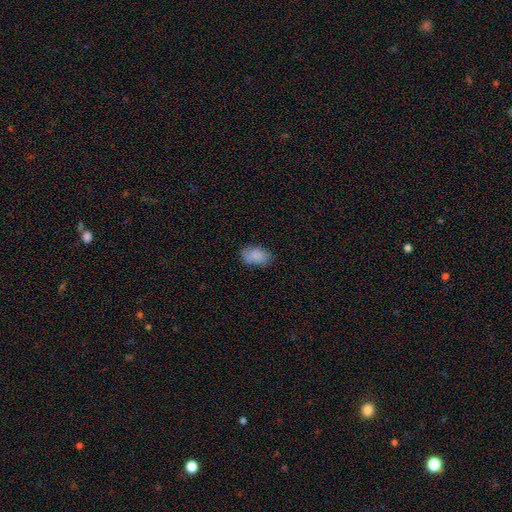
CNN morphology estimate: smooth_or_featured: smooth (p=0.85) [alt: featured or disk p=0.07]
how_rounded: in between (p=0.90) [alt: round p=0.09]
merging: none (p=0.78) [alt: minor disturbance p=0.17]